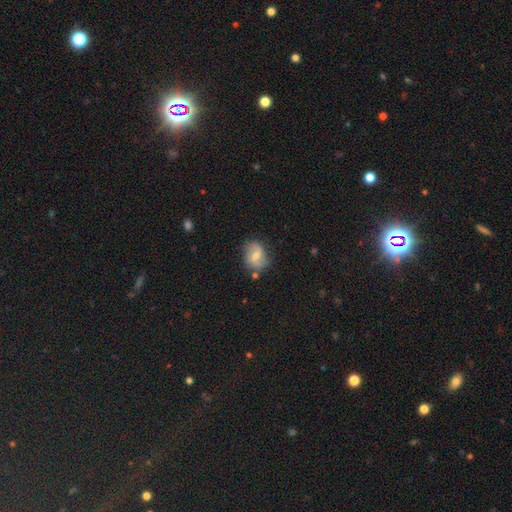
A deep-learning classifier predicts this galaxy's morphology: type=featured or disk (52%); edge-on=no (96%); merging=none (65%).